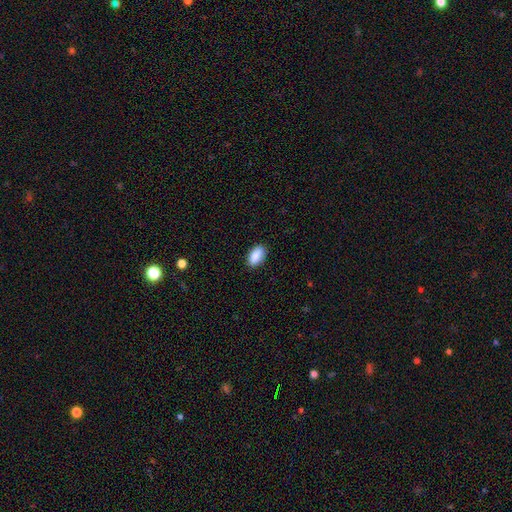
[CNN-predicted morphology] A smooth galaxy with no disk features (90%) that is in between round and cigar-shaped (94%). Merging: none (88%).